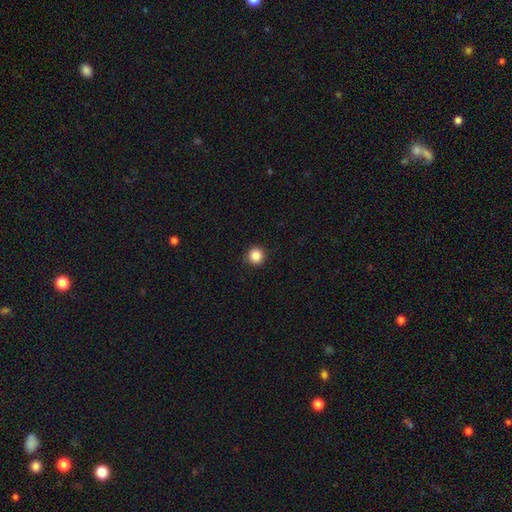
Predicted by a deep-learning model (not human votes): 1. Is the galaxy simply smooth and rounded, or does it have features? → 86% smooth, 11% star or artifact, 4% featured or disk.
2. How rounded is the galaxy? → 94% round, 5% in between, 1% cigar-shaped.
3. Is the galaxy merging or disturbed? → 91% none, 6% minor disturbance, 2% major disturbance, 1% merger.